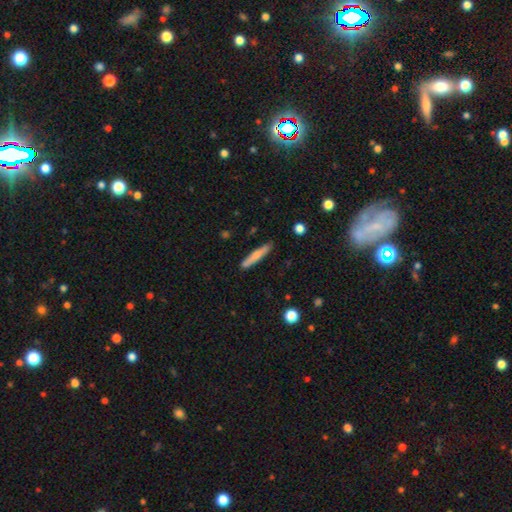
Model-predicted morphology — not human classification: Smooth or featured? smooth (66%)
How rounded? cigar-shaped (93%)
Merging? none (87%)